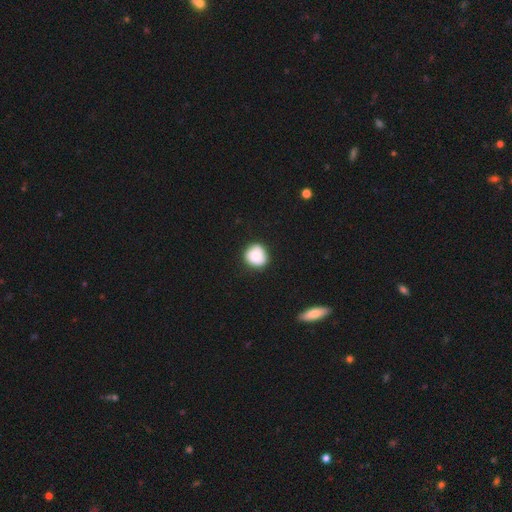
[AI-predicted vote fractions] A smooth galaxy with no disk features (80%) that is round (87%). Merging: none (79%).